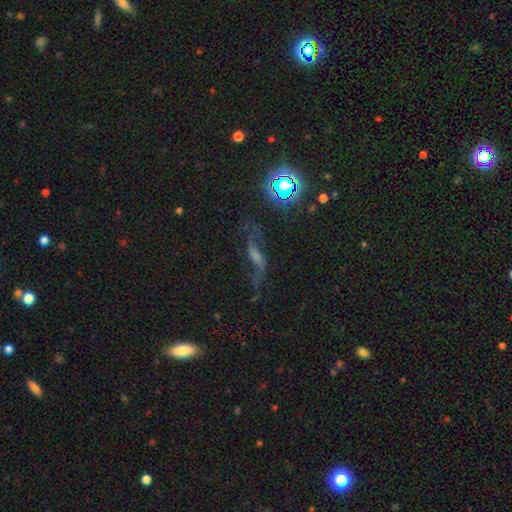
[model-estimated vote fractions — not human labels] A featured or disk galaxy (60%).

Vote fractions:
- Smooth or featured? featured or disk: 60% / star or artifact: 23% / smooth: 17%
- Edge-on disk? no: 79% / yes: 21%
- Merging? none: 60% / major disturbance: 19% / minor disturbance: 17% / merger: 4%